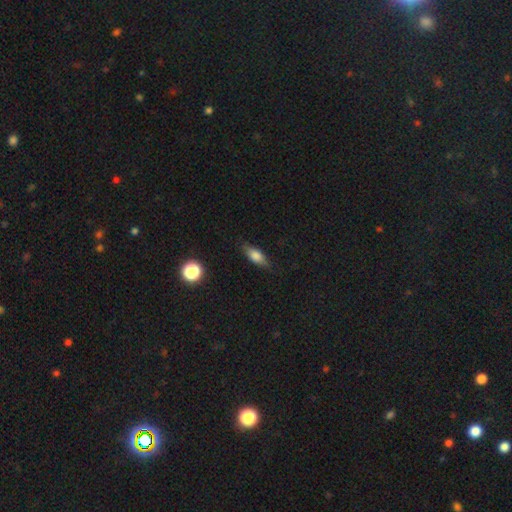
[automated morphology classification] smooth-or-featured: smooth: 70% | featured or disk: 21% | star or artifact: 9%
  how-rounded: in between: 71% | cigar-shaped: 23% | round: 6%
  merging: none: 78% | minor disturbance: 17% | major disturbance: 4% | merger: 1%